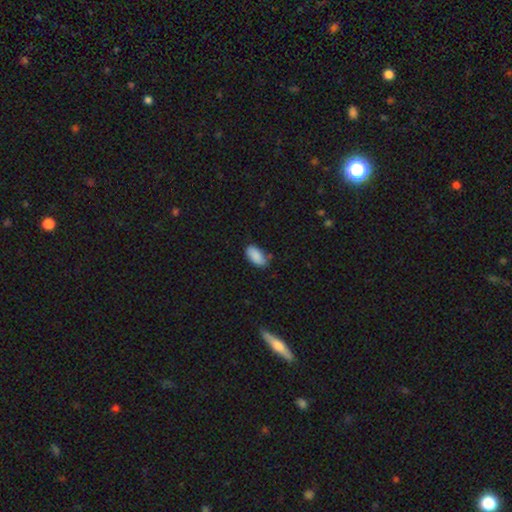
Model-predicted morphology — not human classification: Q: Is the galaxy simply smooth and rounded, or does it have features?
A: smooth — 88%.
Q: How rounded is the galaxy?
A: in between — 93%.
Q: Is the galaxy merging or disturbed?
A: none — 70%.